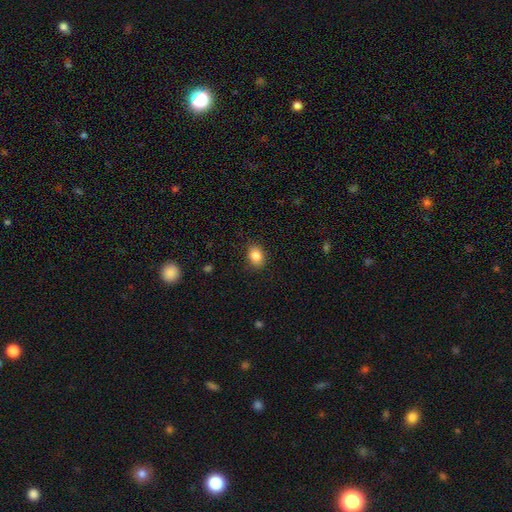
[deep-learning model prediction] The model was most divided on "how rounded": in between: 71%, round: 28%, cigar-shaped: 1%. More confident: merging — none (87%); smooth or featured — smooth (85%).